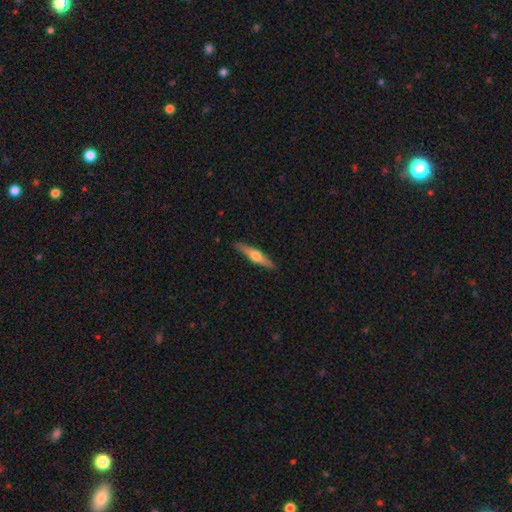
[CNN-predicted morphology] Smooth or featured? featured or disk (54%)
Edge-on disk? yes (96%)
Edge-on bulge? rounded (90%)
Merging? none (89%)